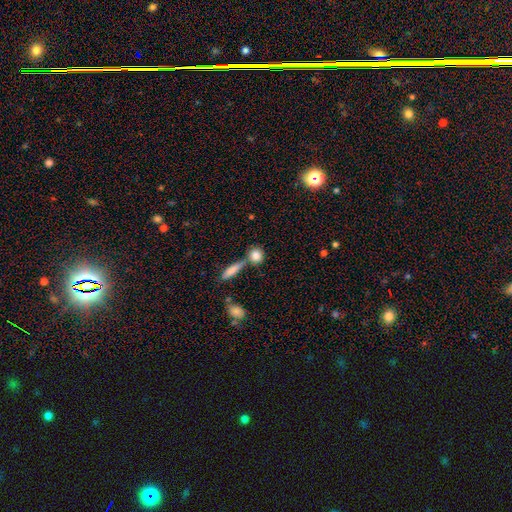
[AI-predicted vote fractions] smooth 83%, featured or disk 9%, star or artifact 8%. Down the decision tree: how rounded — round (73%); merging — none (58%).